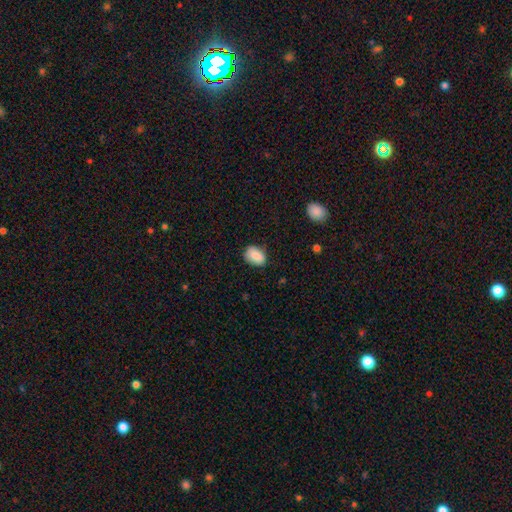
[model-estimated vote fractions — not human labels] This appears to be a smooth galaxy with no disk features (86%) that is in between round and cigar-shaped (78%). Merging: none (77%).